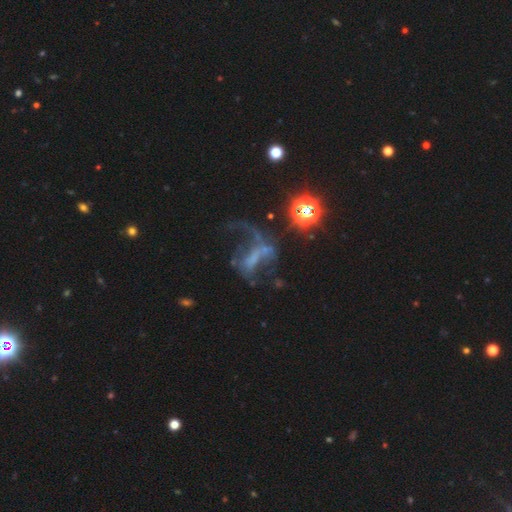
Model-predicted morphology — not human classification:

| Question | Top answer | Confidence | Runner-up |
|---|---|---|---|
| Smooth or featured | featured or disk | 55% | star or artifact (28%) |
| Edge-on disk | no | 93% | yes (7%) |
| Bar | no | 53% | weak (24%) |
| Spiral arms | no | 56% | yes (44%) |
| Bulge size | none | 68% | small (17%) |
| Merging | major disturbance | 46% | none (29%) |